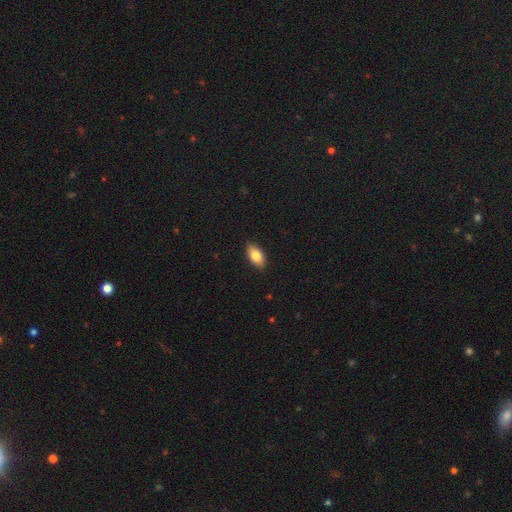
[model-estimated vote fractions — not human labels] Smooth or featured: smooth — 81% (featured or disk — 12%)
How rounded: in between — 91% (cigar-shaped — 5%)
Merging: none — 88% (minor disturbance — 9%)